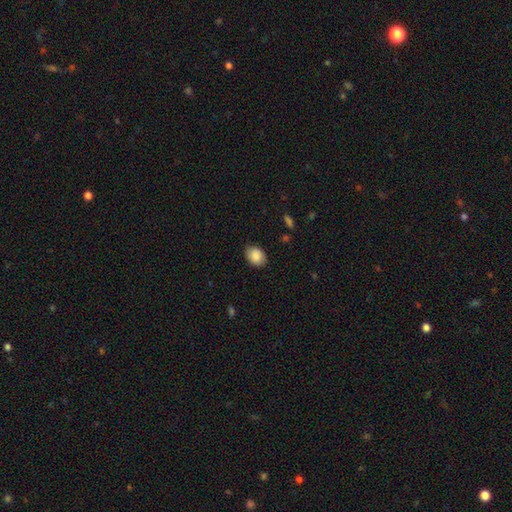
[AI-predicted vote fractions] Overall: smooth (87%). How rounded: in between (68%; round 31%). Merging: none (82%).